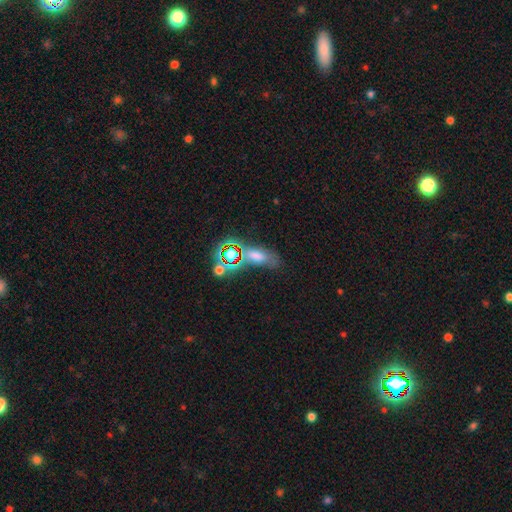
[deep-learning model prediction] smooth-or-featured: smooth: 49% | star or artifact: 32% | featured or disk: 19%
  merging: none: 52% | minor disturbance: 21% | major disturbance: 14% | merger: 14%